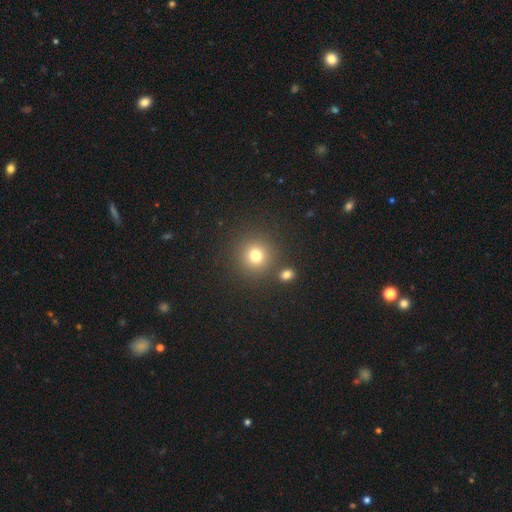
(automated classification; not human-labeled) This appears to be a smooth galaxy with no disk features (77%) that is round (92%). Merging: none (84%).